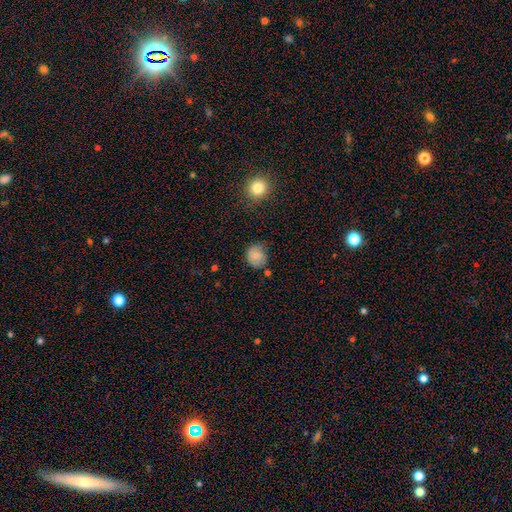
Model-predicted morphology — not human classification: Smooth or featured? Predicted: smooth (p=0.75). How rounded? Predicted: round (p=0.75). Merging? Predicted: none (p=0.61).